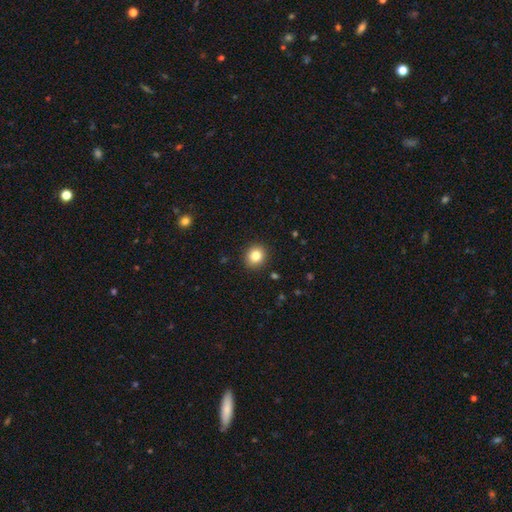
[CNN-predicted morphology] type=smooth (82%); roundness=round (82%); merging=none (91%).